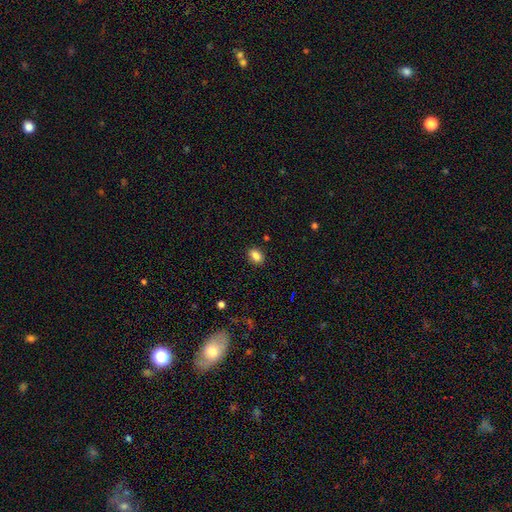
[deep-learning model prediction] This appears to be a smooth galaxy with no disk features (86%) that is in between round and cigar-shaped (75%). Merging: none (88%).